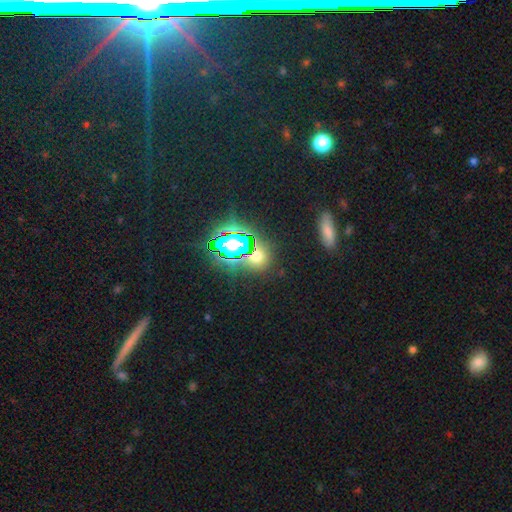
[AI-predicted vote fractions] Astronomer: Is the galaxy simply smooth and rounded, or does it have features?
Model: star or artifact — 57% (runner-up: smooth, 34%).